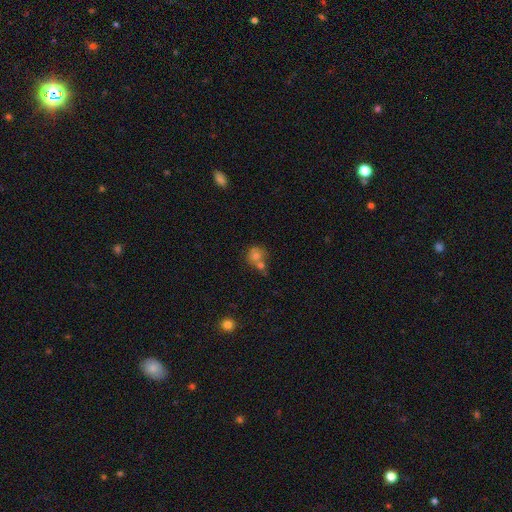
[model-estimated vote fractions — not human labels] A smooth galaxy with no disk features (66%) that is round (80%).

Vote fractions:
- Smooth or featured? smooth: 66% / featured or disk: 21% / star or artifact: 13%
- How rounded? round: 80% / in between: 19% / cigar-shaped: 1%
- Merging? merger: 48% / none: 36% / minor disturbance: 10% / major disturbance: 5%